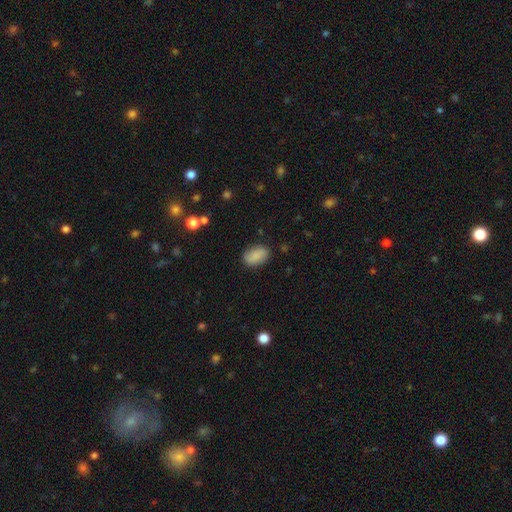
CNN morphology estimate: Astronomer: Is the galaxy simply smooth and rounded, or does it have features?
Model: smooth — 85%.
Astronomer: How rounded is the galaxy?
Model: in between — 90%.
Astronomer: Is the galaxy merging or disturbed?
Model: none — 82%.